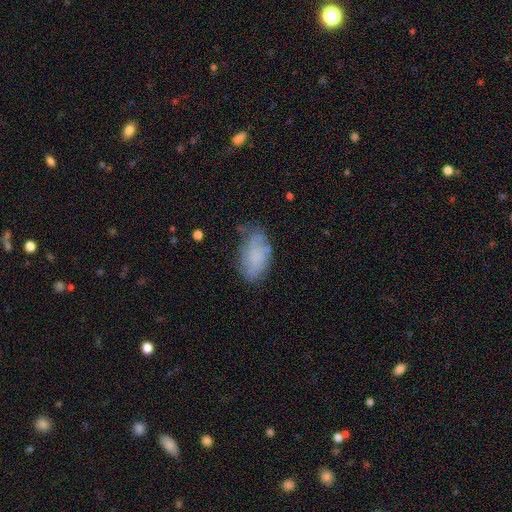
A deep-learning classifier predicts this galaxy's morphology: Smooth or featured: smooth — 60% (featured or disk — 31%)
How rounded: in between — 93% (round — 5%)
Merging: none — 53% (minor disturbance — 31%)